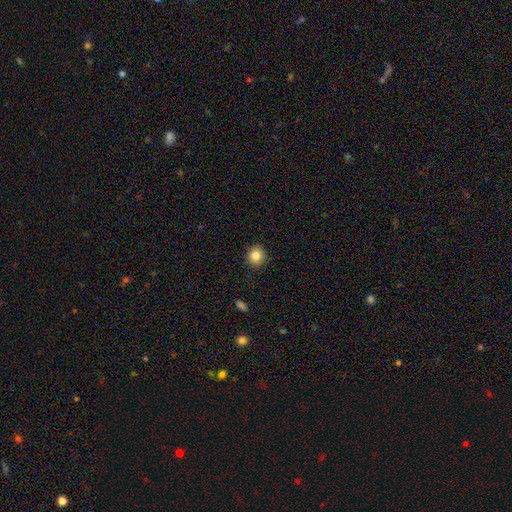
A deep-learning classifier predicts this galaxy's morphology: Overall: smooth (84%). How rounded: round (89%). Merging: none (91%).